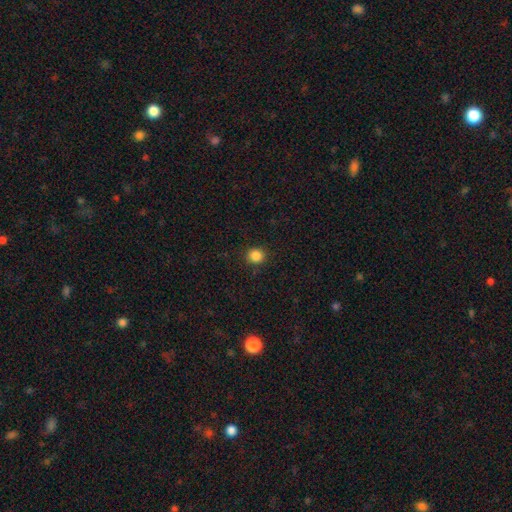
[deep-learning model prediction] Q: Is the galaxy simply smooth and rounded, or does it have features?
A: smooth — 86%.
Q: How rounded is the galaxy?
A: round — 90%.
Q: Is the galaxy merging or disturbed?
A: none — 90%.